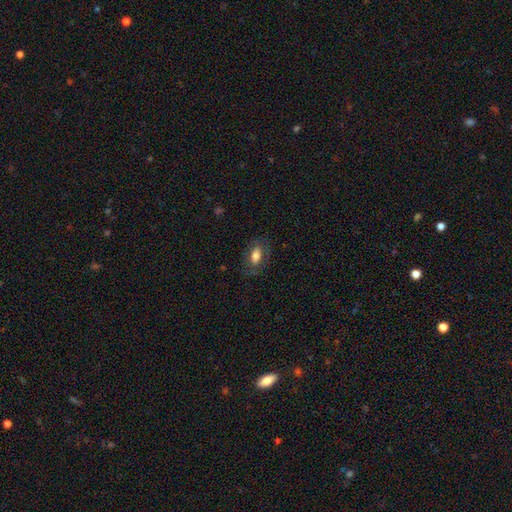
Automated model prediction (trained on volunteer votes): Morphology: type=smooth (72%); roundness=in between (88%); merging=none (76%).